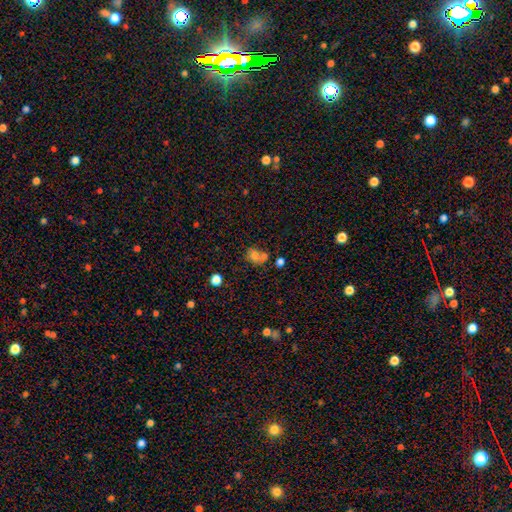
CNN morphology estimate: Smooth or featured? Predicted: smooth (p=0.65). How rounded? Predicted: round (p=0.53). Merging? Predicted: none (p=0.40).